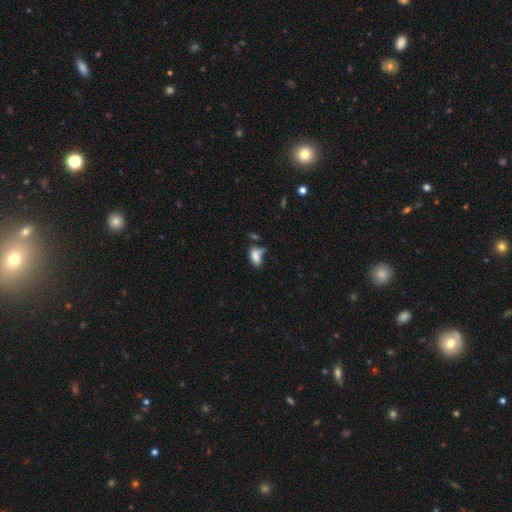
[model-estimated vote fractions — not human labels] Smooth or featured? Predicted: smooth (p=0.77). How rounded? Predicted: in between (p=0.88). Merging? Predicted: none (p=0.32).